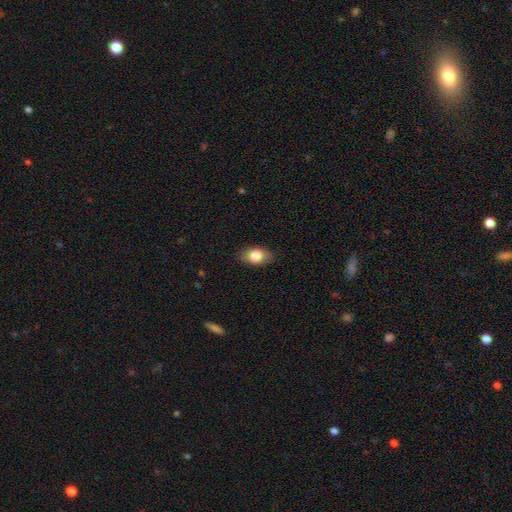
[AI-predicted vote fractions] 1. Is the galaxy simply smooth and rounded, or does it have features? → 80% smooth, 12% featured or disk, 7% star or artifact.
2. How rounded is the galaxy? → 87% in between, 11% round, 2% cigar-shaped.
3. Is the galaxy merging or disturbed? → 85% none, 11% minor disturbance, 2% major disturbance, 1% merger.